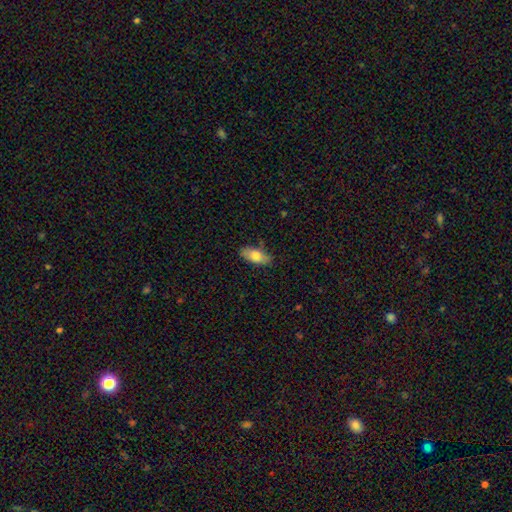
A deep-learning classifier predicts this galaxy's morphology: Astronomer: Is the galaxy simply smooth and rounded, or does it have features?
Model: smooth — 76%.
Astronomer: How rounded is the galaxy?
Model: in between — 85%.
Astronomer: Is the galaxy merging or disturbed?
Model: none — 80%.